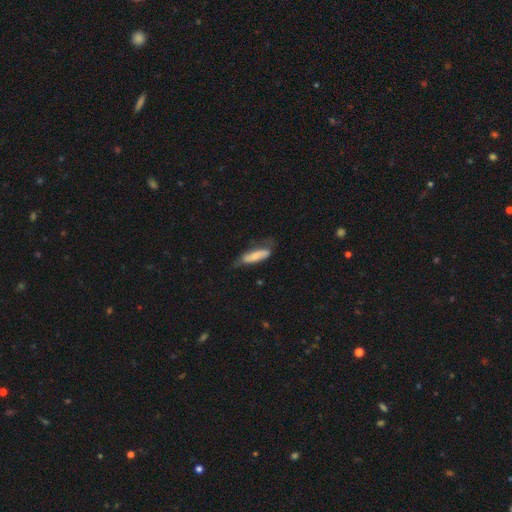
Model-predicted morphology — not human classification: type=smooth (68%); roundness=cigar-shaped (56%); merging=none (54%).